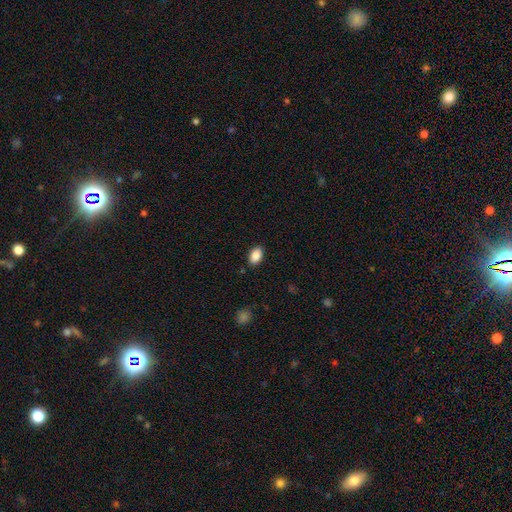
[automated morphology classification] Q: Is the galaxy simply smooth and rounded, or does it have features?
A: smooth — 88%.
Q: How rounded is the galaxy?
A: in between — 89%.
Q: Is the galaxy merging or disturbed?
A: none — 87%.